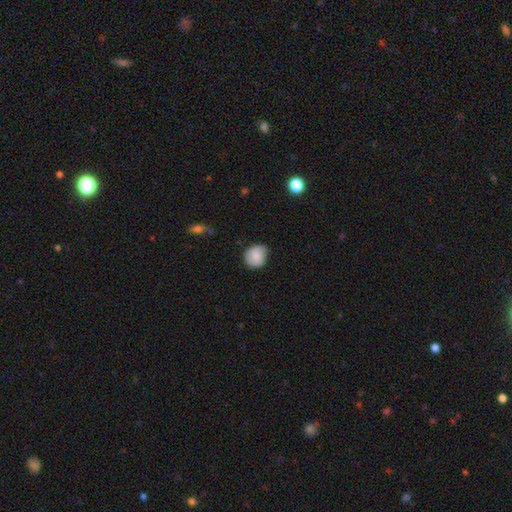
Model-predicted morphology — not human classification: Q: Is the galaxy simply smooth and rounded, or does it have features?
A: smooth — 80%.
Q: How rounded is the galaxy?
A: round — 69%.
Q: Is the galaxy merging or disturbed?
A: none — 66%.